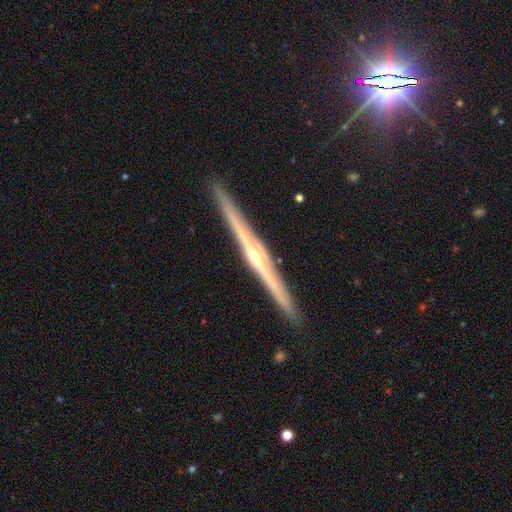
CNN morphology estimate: Smooth or featured: featured or disk — 85% (smooth — 9%)
Edge-on disk: yes — 98% (no — 2%)
Edge-on bulge: rounded — 81% (none — 14%)
Merging: none — 92% (minor disturbance — 5%)